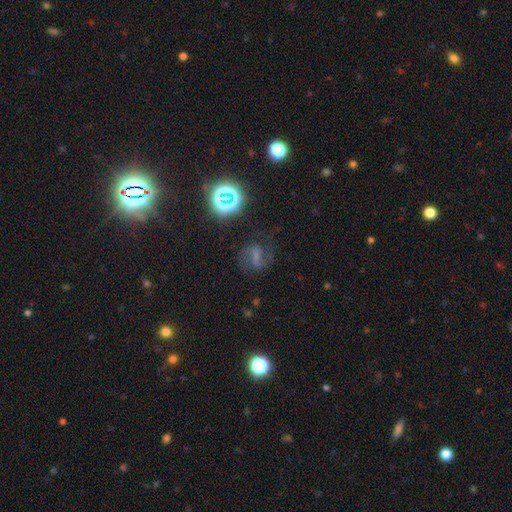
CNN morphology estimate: Smooth or featured: featured or disk — 56% (star or artifact — 22%)
Edge-on disk: no — 96% (yes — 4%)
Bar: strong — 49% (weak — 35%)
Spiral arms: yes — 87% (no — 13%)
Bulge size: none — 48% (small — 22%)
Merging: none — 68% (minor disturbance — 16%)